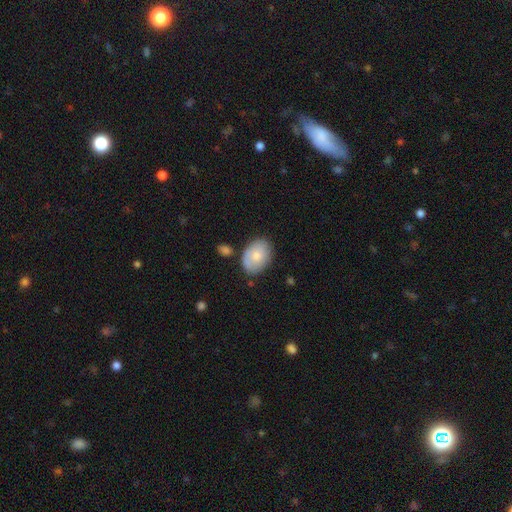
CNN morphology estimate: Smooth or featured: smooth — 72% (featured or disk — 21%)
How rounded: in between — 79% (round — 20%)
Merging: none — 70% (minor disturbance — 20%)